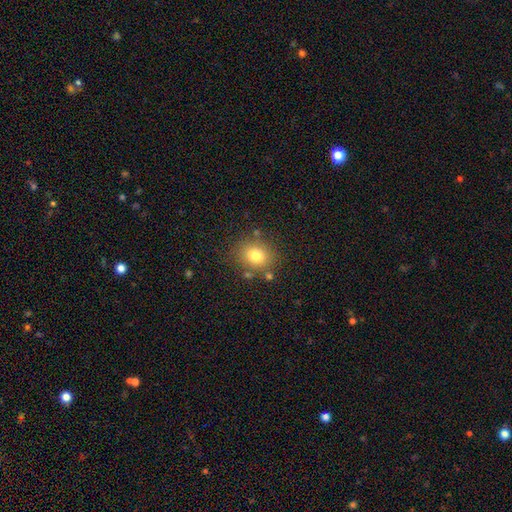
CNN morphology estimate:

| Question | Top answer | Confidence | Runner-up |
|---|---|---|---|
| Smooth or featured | smooth | 78% | star or artifact (12%) |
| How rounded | round | 62% | in between (37%) |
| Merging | none | 79% | minor disturbance (11%) |